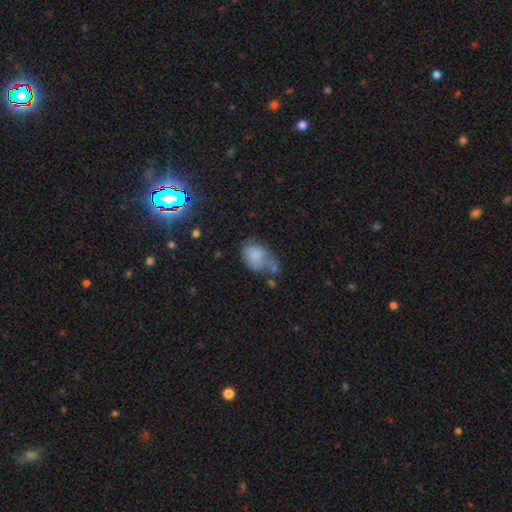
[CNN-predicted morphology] Q: Smooth or featured?
A: smooth (70%); runner-up: featured or disk (20%)
Q: How rounded?
A: in between (77%); runner-up: round (21%)
Q: Merging?
A: minor disturbance (30%); runner-up: major disturbance (27%)